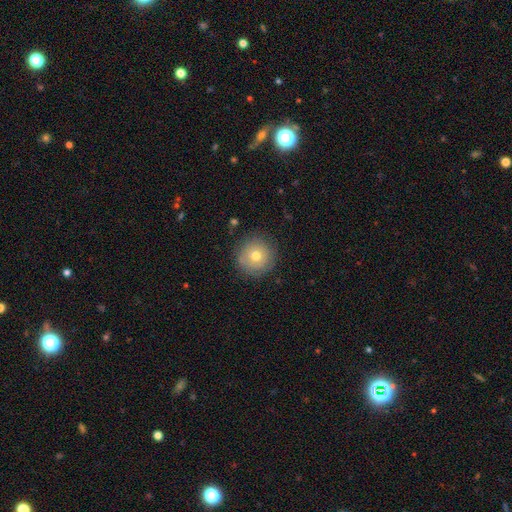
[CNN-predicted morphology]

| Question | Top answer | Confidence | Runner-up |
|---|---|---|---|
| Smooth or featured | smooth | 67% | featured or disk (23%) |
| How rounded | round | 94% | in between (5%) |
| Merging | none | 83% | minor disturbance (12%) |